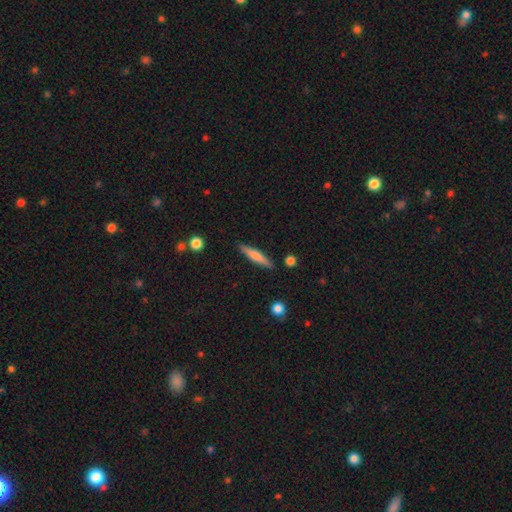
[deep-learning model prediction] Smooth or featured? smooth (61%)
How rounded? cigar-shaped (89%)
Merging? none (88%)